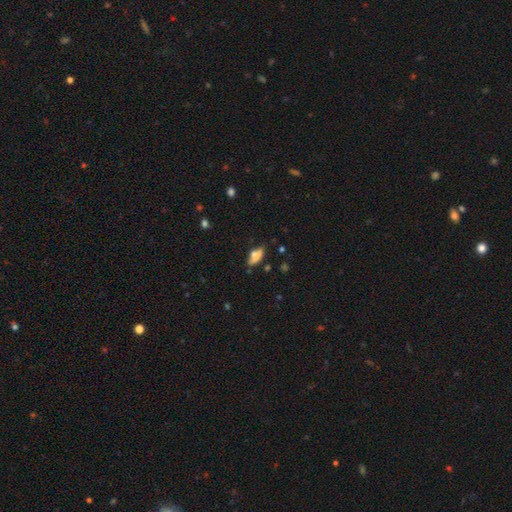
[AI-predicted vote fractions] This appears to be a smooth galaxy with no disk features (72%) that is in between round and cigar-shaped (79%). Merging: none (58%).